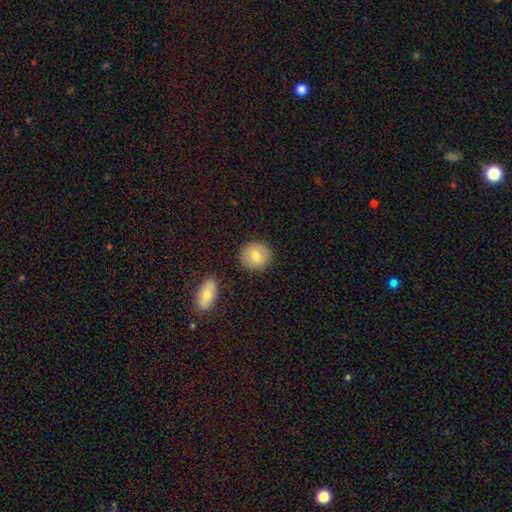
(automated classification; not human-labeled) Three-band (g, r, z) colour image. It shows a smooth galaxy with no disk features (81%) that is round (87%). Merging: none (87%).